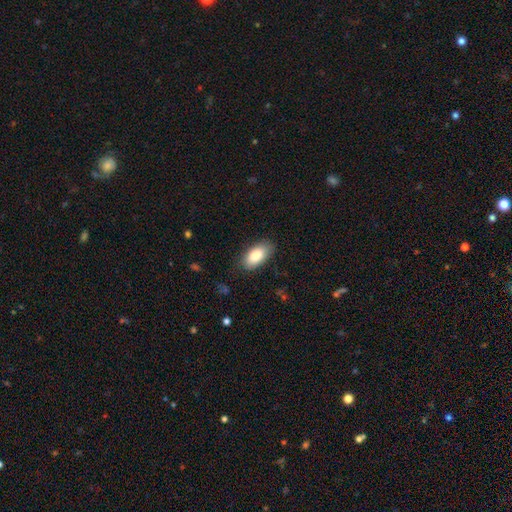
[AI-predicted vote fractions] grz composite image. It shows a smooth galaxy with no disk features (84%) that is in between round and cigar-shaped (93%). Merging: none (82%).